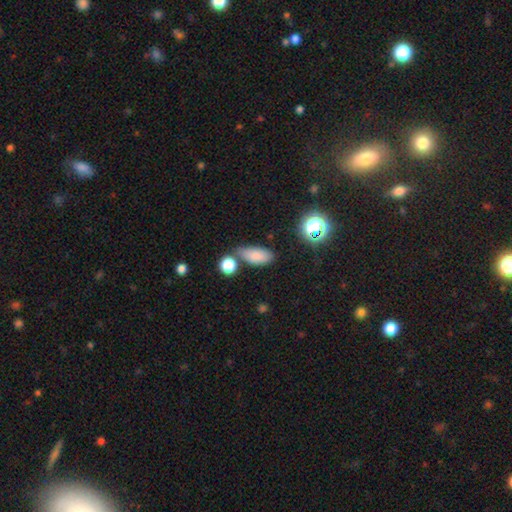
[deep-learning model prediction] Smooth or featured?
  - smooth: 81% *
  - star or artifact: 11%
  - featured or disk: 8%
How rounded?
  - in between: 85% *
  - cigar-shaped: 10%
  - round: 5%
Merging?
  - none: 64% *
  - minor disturbance: 18%
  - merger: 13%
  - major disturbance: 5%